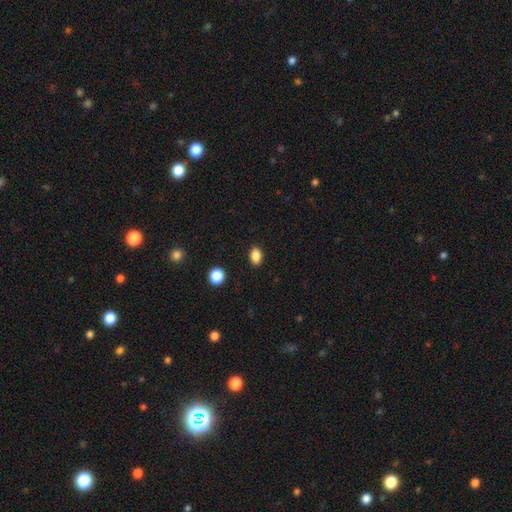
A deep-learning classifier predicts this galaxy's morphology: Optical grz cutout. It shows a smooth galaxy with no disk features (86%) that is in between round and cigar-shaped (80%). Merging: none (89%).